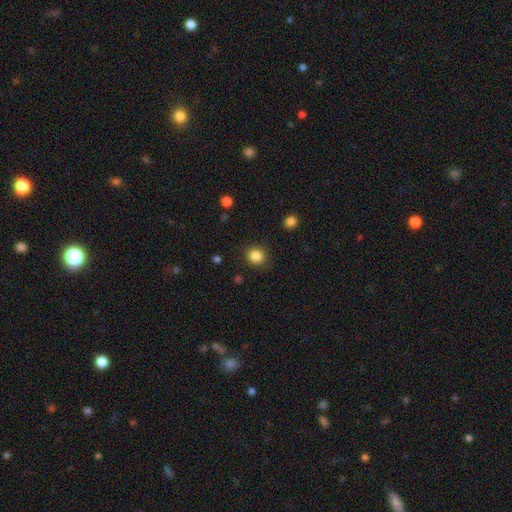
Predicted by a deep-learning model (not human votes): A smooth galaxy with no disk features (85%) that is round (88%).

Vote fractions:
- Smooth or featured? smooth: 85% / star or artifact: 11% / featured or disk: 4%
- How rounded? round: 88% / in between: 11% / cigar-shaped: 1%
- Merging? none: 89% / minor disturbance: 7% / major disturbance: 3% / merger: 1%